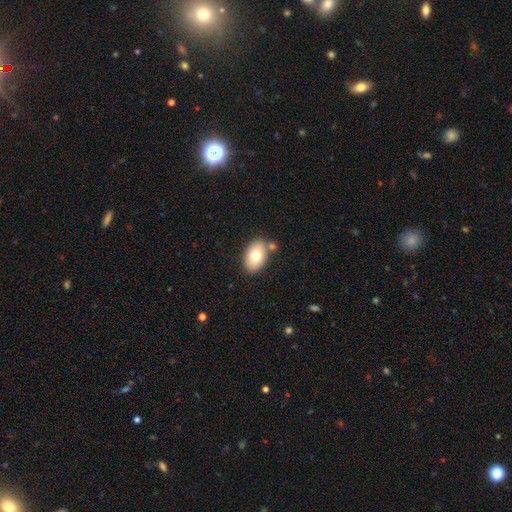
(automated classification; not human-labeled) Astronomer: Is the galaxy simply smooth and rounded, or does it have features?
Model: smooth — 75%.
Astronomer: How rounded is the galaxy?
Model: in between — 89%.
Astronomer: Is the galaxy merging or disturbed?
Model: none — 76%.